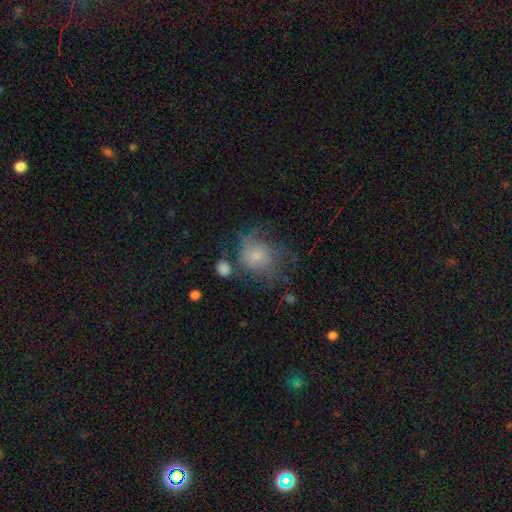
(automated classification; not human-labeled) This is possibly a smooth galaxy (53%). How rounded: likely round (67%). Merging: marginally none (41%).